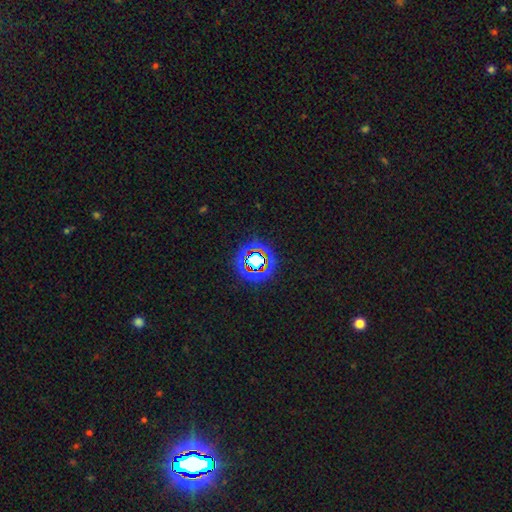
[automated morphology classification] Smooth or featured? Predicted: star or artifact (p=0.66).